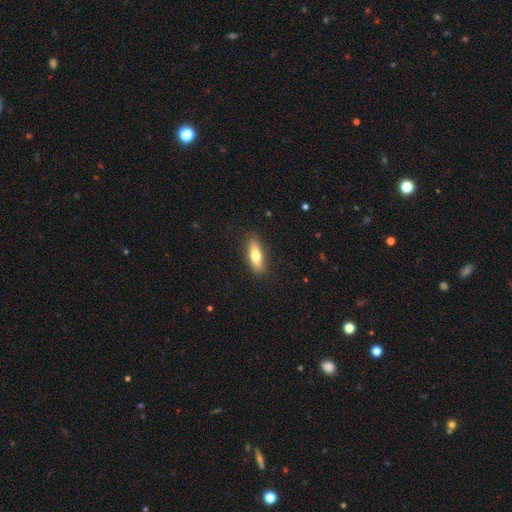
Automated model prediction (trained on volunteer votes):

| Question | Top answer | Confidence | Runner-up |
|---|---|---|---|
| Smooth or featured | smooth | 72% | featured or disk (22%) |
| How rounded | in between | 55% | cigar-shaped (42%) |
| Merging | none | 87% | minor disturbance (9%) |